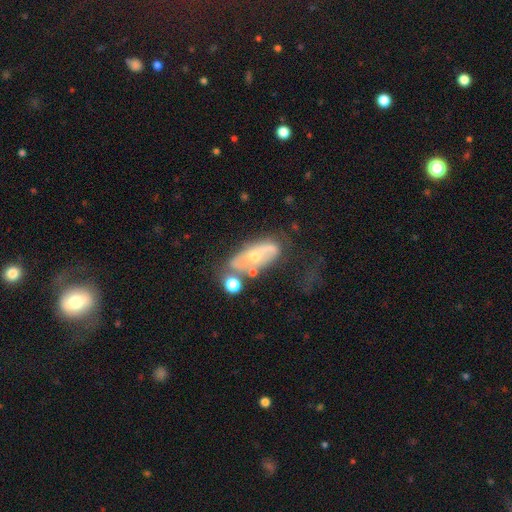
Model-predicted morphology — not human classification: featured or disk 62%, smooth 30%, star or artifact 8%. Down the decision tree: edge-on disk — no (85%); bar — no (69%); spiral arms — yes (50%, tied with no); bulge size — small (47%, tied with moderate); merging — none (40%).